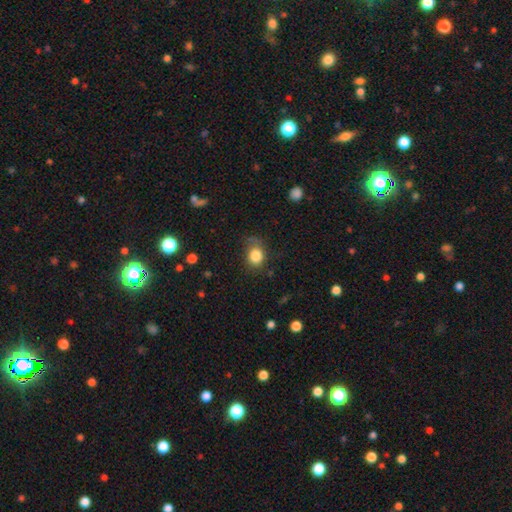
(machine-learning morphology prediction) smooth 82%, star or artifact 9%, featured or disk 8%. Down the decision tree: how rounded — round (56%); merging — none (60%).